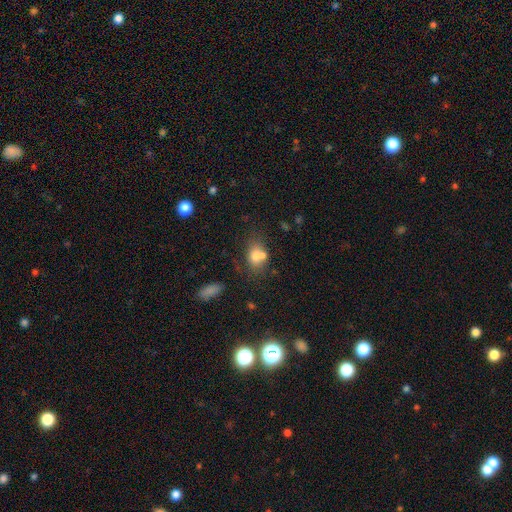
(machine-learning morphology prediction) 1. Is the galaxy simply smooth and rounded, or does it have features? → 72% smooth, 17% featured or disk, 11% star or artifact.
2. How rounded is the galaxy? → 61% in between, 37% round, 2% cigar-shaped.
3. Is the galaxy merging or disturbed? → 43% none, 36% merger, 15% minor disturbance, 6% major disturbance.